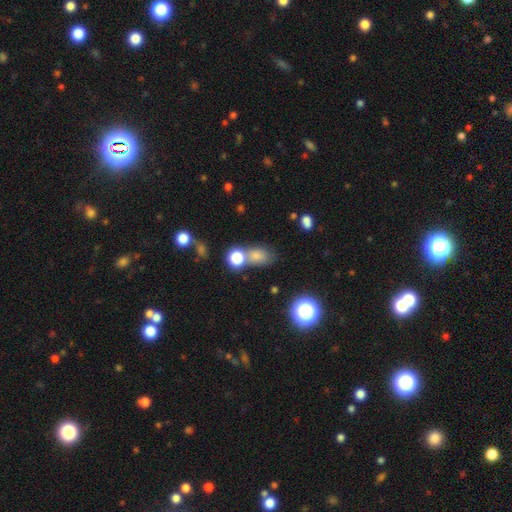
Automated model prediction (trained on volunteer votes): Smooth or featured: smooth — 73% (star or artifact — 17%)
How rounded: in between — 68% (round — 29%)
Merging: none — 48% (merger — 31%)